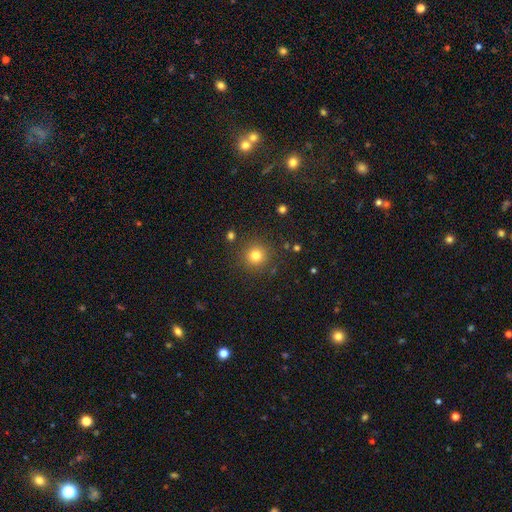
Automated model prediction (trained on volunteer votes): Smooth or featured? Predicted: smooth (p=0.78). How rounded? Predicted: round (p=0.95). Merging? Predicted: none (p=0.88).